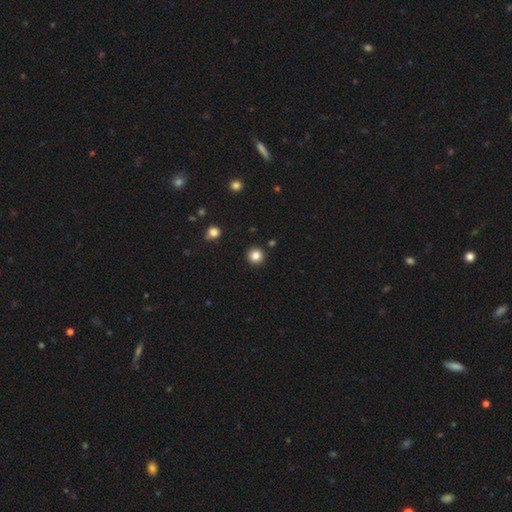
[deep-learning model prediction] Morphology: type=smooth (83%); roundness=round (94%); merging=none (92%).